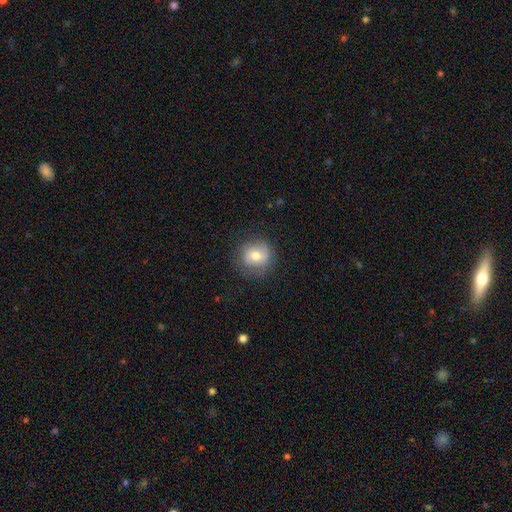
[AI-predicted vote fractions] A smooth galaxy with no disk features (63%) that is round (86%).

Vote fractions:
- Smooth or featured? smooth: 63% / featured or disk: 28% / star or artifact: 9%
- How rounded? round: 86% / in between: 13% / cigar-shaped: 1%
- Merging? none: 76% / minor disturbance: 16% / major disturbance: 7% / merger: 1%